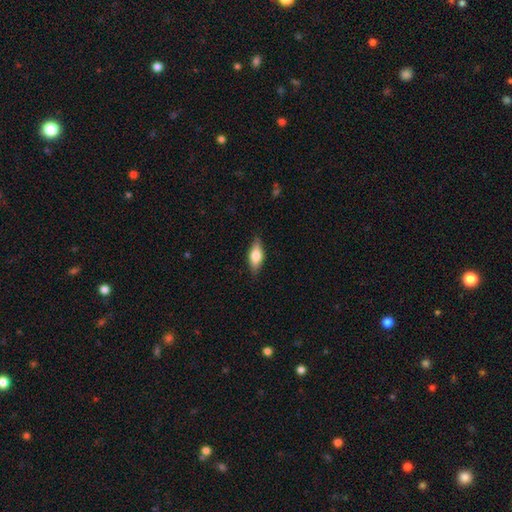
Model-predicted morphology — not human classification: This is likely a smooth galaxy (65%). How rounded: likely in between (74%). Merging: clearly none (84%).